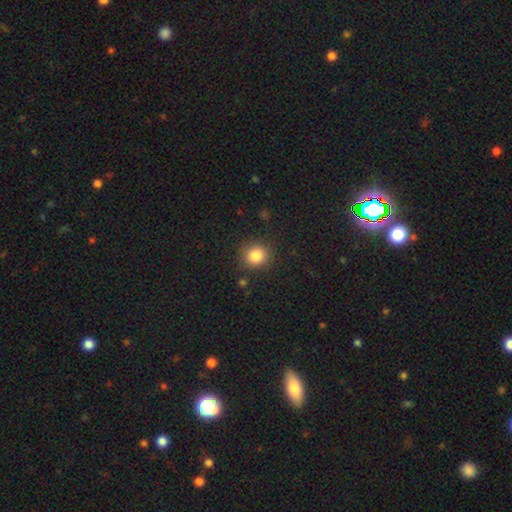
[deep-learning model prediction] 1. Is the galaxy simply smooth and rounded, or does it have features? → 84% smooth, 11% star or artifact, 5% featured or disk.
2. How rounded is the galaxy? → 88% round, 11% in between, 1% cigar-shaped.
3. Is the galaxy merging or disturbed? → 87% none, 8% minor disturbance, 3% major disturbance, 2% merger.